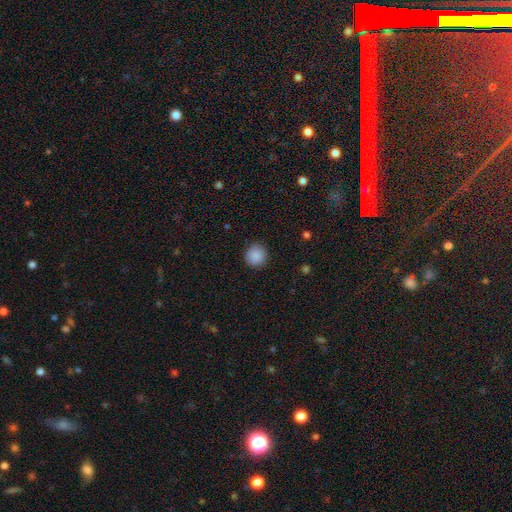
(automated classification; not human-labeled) Smooth or featured? Predicted: smooth (p=0.89). How rounded? Predicted: round (p=0.94). Merging? Predicted: none (p=0.90).